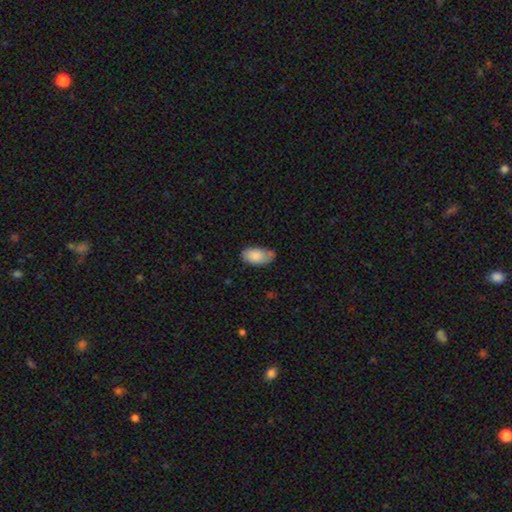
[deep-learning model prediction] Smooth or featured? smooth (85%)
How rounded? in between (94%)
Merging? none (58%)